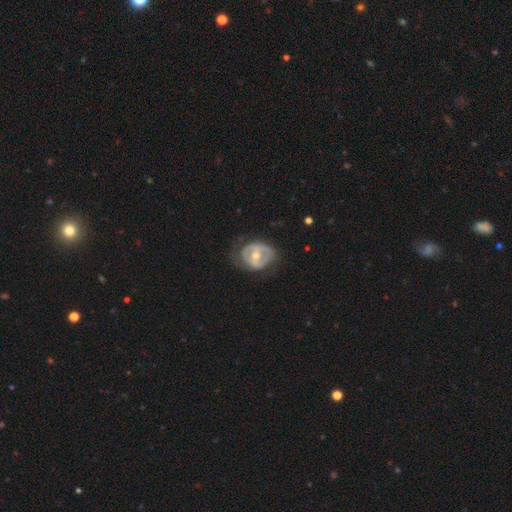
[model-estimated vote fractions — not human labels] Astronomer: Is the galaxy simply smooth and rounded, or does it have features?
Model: featured or disk — 65%.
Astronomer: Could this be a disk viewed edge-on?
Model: no — 96%.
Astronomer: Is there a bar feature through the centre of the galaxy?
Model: weak — 37% (runner-up: no, 32%).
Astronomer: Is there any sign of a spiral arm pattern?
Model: no — 64%.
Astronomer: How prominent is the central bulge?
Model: moderate — 68%.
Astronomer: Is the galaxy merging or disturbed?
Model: none — 55%.